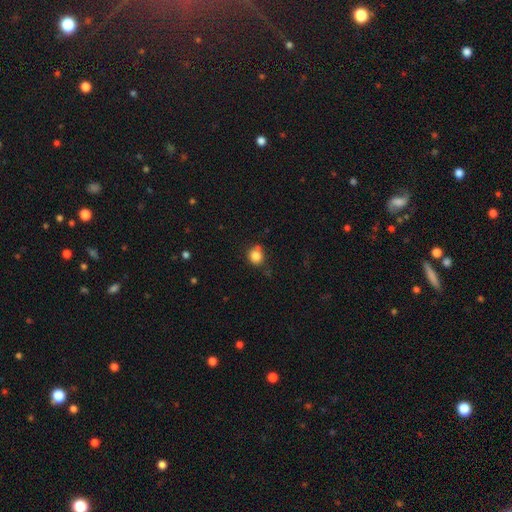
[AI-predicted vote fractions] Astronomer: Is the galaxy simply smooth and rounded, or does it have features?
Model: smooth — 84%.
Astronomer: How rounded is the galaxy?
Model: round — 79%.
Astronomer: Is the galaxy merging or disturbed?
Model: none — 65%.